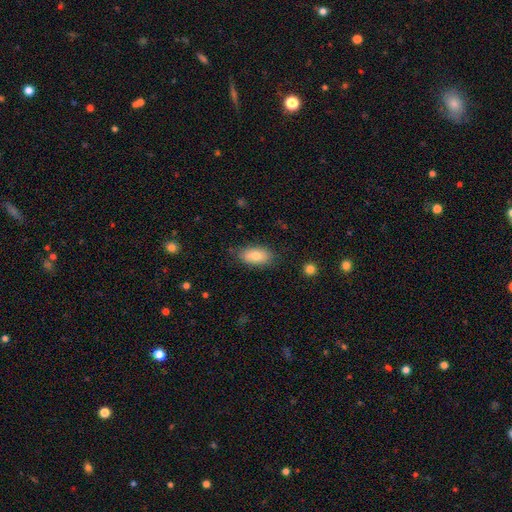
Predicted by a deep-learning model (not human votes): This appears to be a smooth galaxy with no disk features (75%) that is in between round and cigar-shaped (91%). Merging: none (81%).